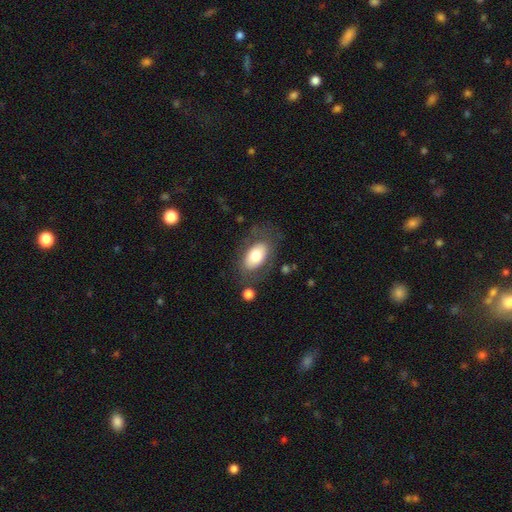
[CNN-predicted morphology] This appears to be a smooth galaxy with no disk features (70%) that is in between round and cigar-shaped (92%). Merging: none (71%).